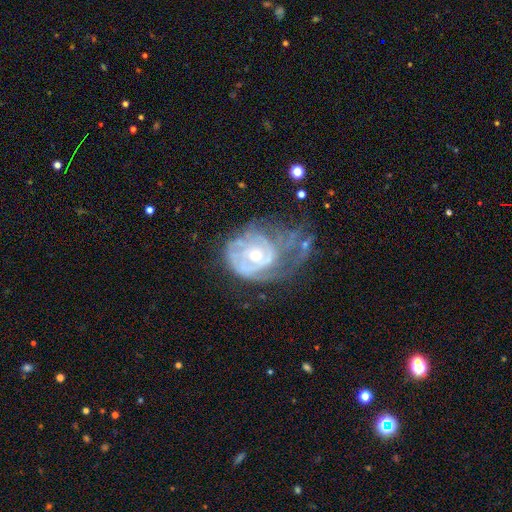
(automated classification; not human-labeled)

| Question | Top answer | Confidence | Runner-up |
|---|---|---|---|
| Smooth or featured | featured or disk | 80% | smooth (12%) |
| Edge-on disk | no | 97% | yes (3%) |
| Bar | no | 74% | weak (21%) |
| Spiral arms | yes | 84% | no (16%) |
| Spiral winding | tight | 67% | medium (24%) |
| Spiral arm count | can't tell | 47% | 2 (22%) |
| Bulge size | moderate | 50% | small (45%) |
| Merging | major disturbance | 38% | none (30%) |